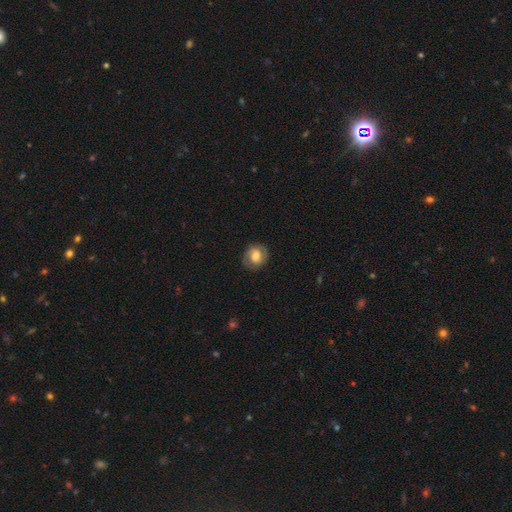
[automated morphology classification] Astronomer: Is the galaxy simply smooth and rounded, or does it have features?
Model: featured or disk — 47% (runner-up: smooth, 45%).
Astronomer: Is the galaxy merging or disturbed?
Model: none — 81%.